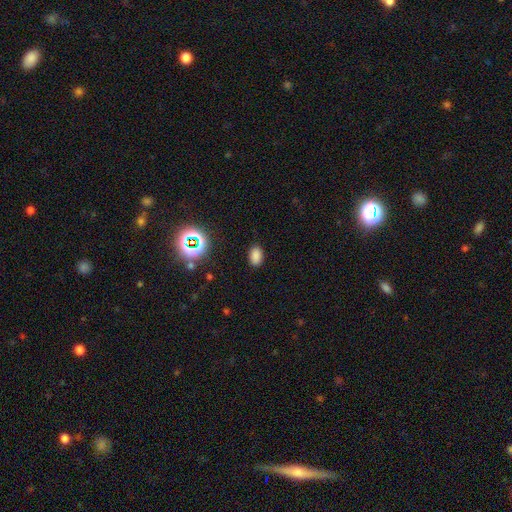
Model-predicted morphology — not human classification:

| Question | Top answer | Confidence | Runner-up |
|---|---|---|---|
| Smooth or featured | smooth | 79% | star or artifact (17%) |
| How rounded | in between | 89% | round (10%) |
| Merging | none | 87% | minor disturbance (9%) |